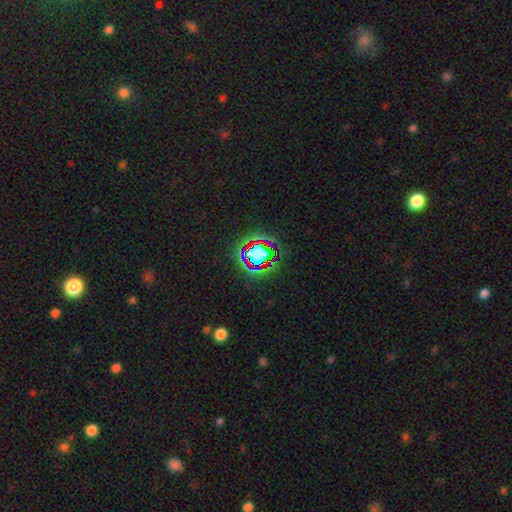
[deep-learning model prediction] This appears to be a star or artifact, not a galaxy (58%).